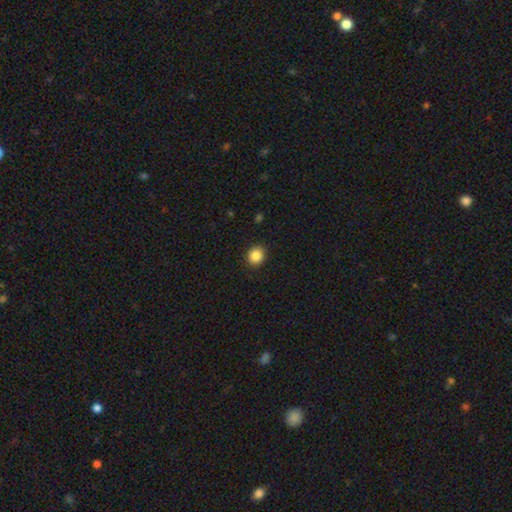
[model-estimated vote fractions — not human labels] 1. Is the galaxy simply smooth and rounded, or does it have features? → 86% smooth, 10% star or artifact, 4% featured or disk.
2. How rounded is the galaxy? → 82% round, 17% in between, 1% cigar-shaped.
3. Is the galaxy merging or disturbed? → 91% none, 6% minor disturbance, 2% major disturbance, 1% merger.